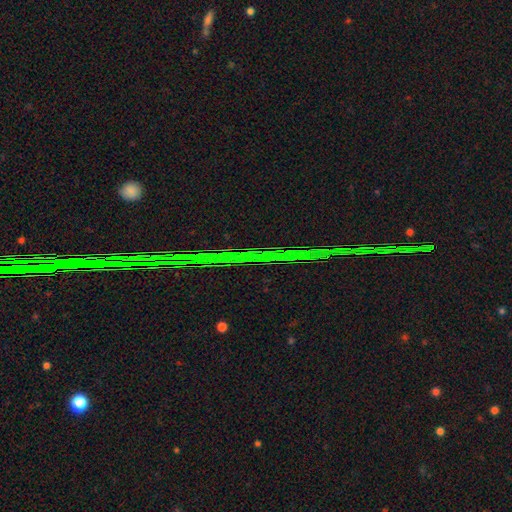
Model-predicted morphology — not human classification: The model was most divided on "smooth or featured": star or artifact: 79%, featured or disk: 12%, smooth: 10%.